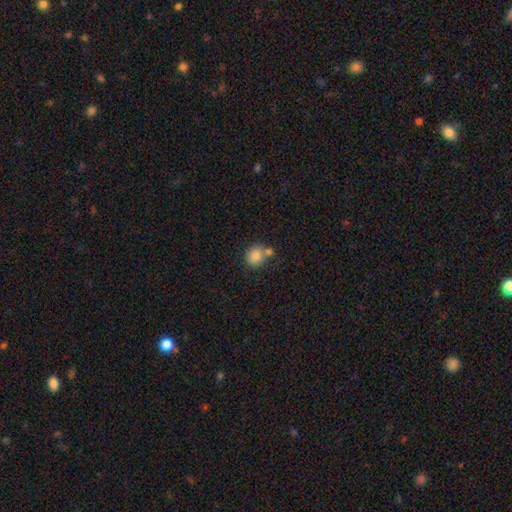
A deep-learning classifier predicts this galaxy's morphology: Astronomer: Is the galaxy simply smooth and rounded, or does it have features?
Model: smooth — 81%.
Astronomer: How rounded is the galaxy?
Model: round — 79%.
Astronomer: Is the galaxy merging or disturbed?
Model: none — 51% (runner-up: merger, 32%).